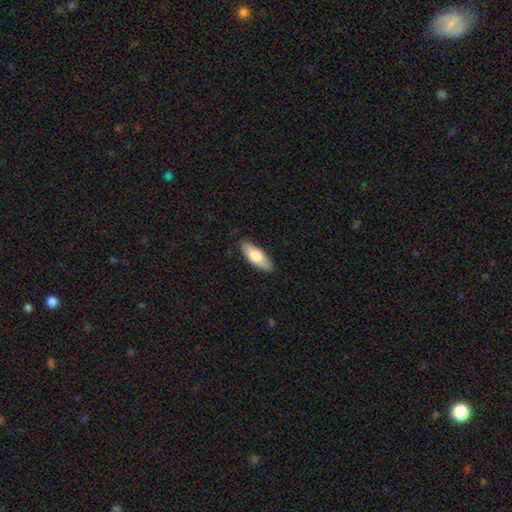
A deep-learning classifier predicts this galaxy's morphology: Smooth or featured? smooth (75%)
How rounded? in between (71%)
Merging? none (87%)